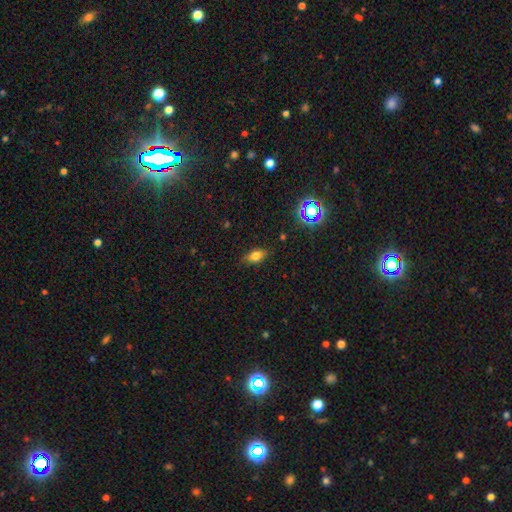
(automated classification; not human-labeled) A smooth galaxy with no disk features (74%) that is in between round and cigar-shaped (83%). Merging: none (82%).